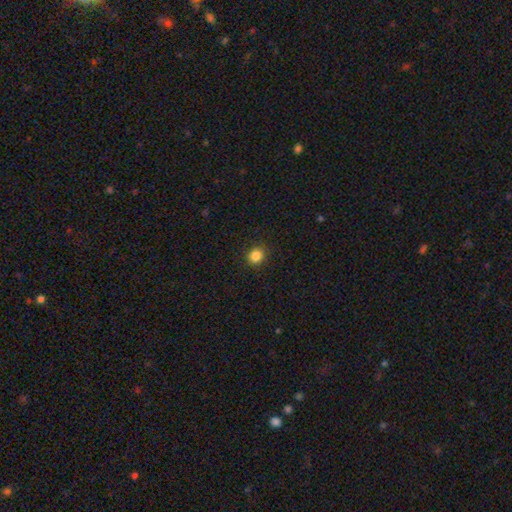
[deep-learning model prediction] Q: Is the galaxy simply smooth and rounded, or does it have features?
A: smooth — 85%.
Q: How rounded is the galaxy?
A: round — 85%.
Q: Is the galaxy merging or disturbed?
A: none — 91%.